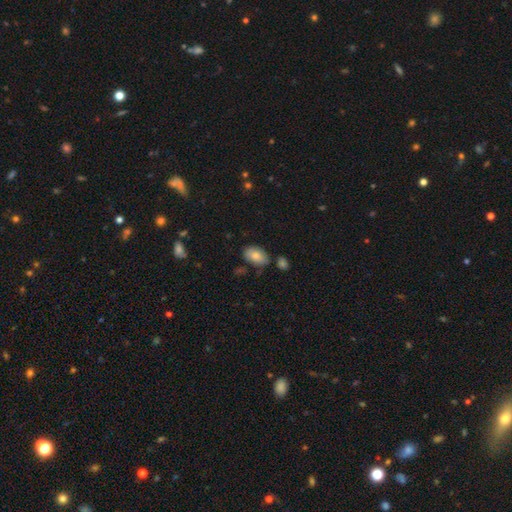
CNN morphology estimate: smooth_or_featured: smooth (p=0.80) [alt: featured or disk p=0.13]
how_rounded: in between (p=0.91) [alt: round p=0.07]
merging: none (p=0.75) [alt: minor disturbance p=0.15]